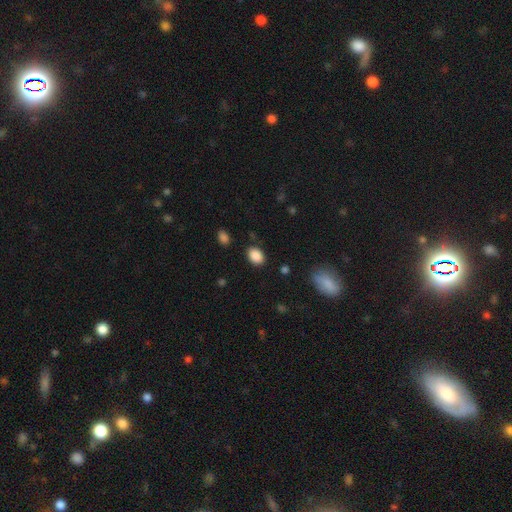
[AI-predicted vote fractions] Smooth or featured?
  - smooth: 88% *
  - star or artifact: 9%
  - featured or disk: 3%
How rounded?
  - in between: 72% *
  - round: 27%
  - cigar-shaped: 1%
Merging?
  - none: 86% *
  - minor disturbance: 10%
  - major disturbance: 3%
  - merger: 2%